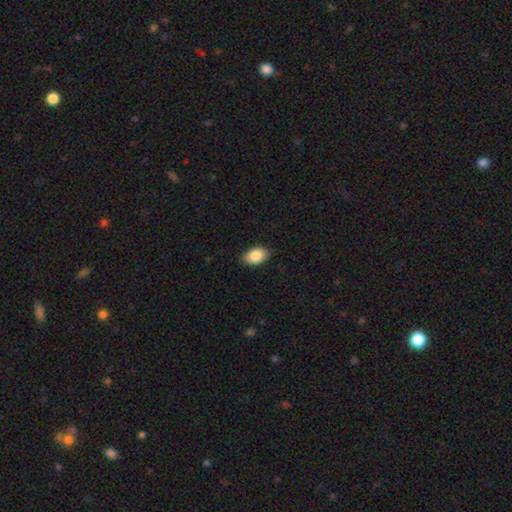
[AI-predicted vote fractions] A smooth galaxy with no disk features (87%) that is in between round and cigar-shaped (90%). Merging: none (86%).